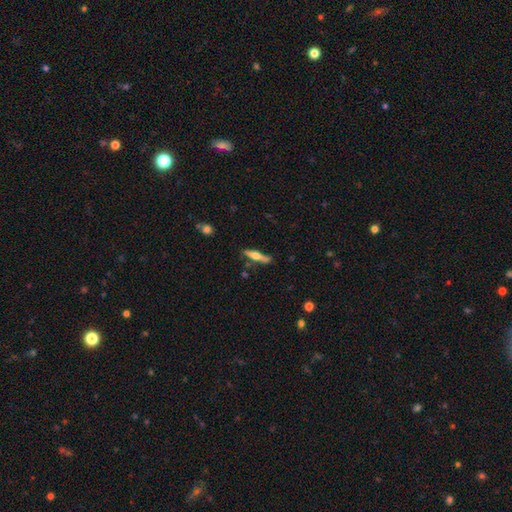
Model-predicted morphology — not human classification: type=featured or disk (54%); edge-on=yes (95%); edge-on bulge=rounded (86%); merging=none (81%).